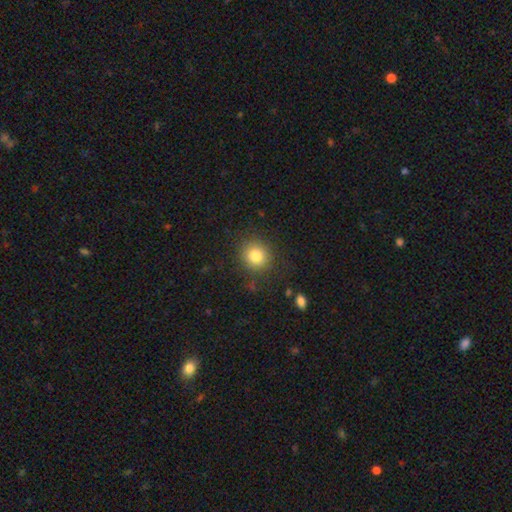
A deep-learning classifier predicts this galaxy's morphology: smooth-or-featured: smooth: 81% | star or artifact: 11% | featured or disk: 8%
  how-rounded: round: 88% | in between: 11% | cigar-shaped: 1%
  merging: none: 87% | minor disturbance: 9% | major disturbance: 3% | merger: 1%